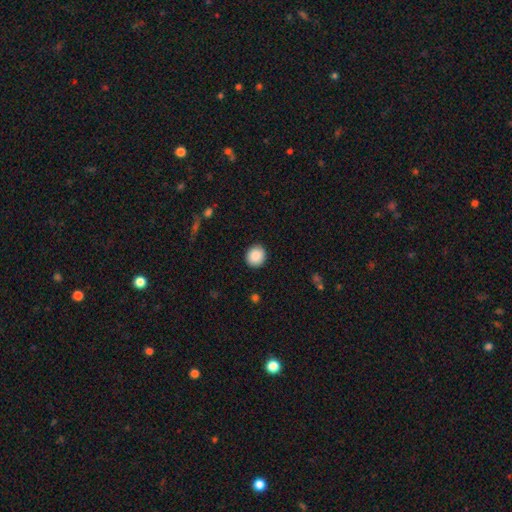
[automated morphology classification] This is clearly a smooth galaxy (88%). How rounded: clearly round (87%). Merging: clearly none (91%).